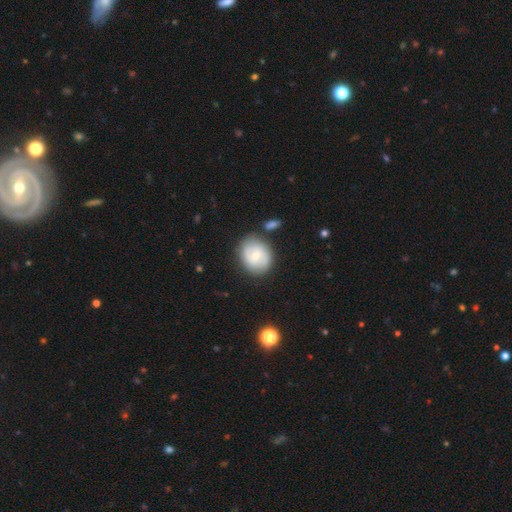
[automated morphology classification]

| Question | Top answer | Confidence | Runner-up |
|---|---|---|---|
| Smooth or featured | smooth | 50% | featured or disk (43%) |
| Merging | none | 77% | minor disturbance (14%) |